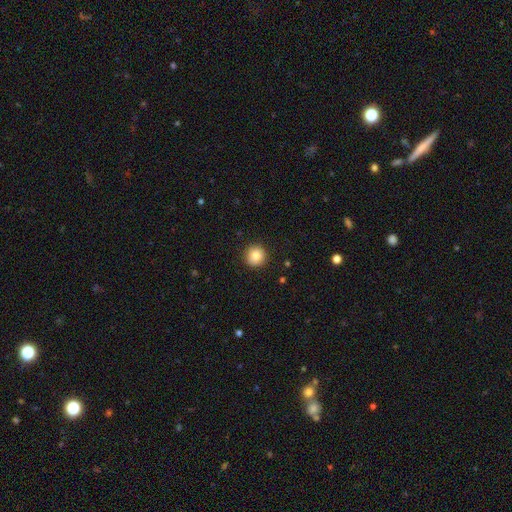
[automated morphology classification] smooth_or_featured: smooth (p=0.86) [alt: star or artifact p=0.09]
how_rounded: round (p=0.93) [alt: in between p=0.06]
merging: none (p=0.90) [alt: minor disturbance p=0.07]